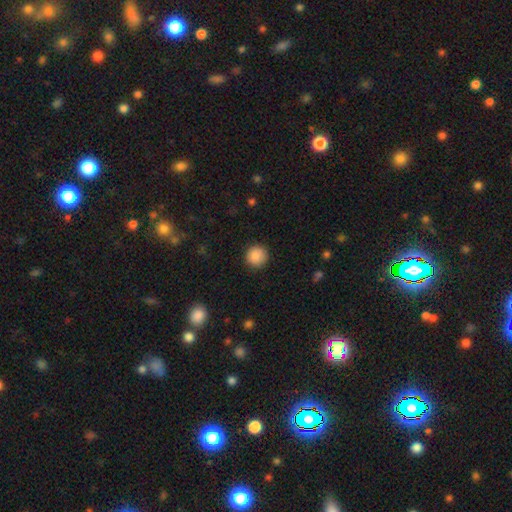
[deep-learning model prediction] Q: Smooth or featured?
A: smooth (89%); runner-up: star or artifact (8%)
Q: How rounded?
A: round (95%); runner-up: in between (4%)
Q: Merging?
A: none (90%); runner-up: minor disturbance (7%)